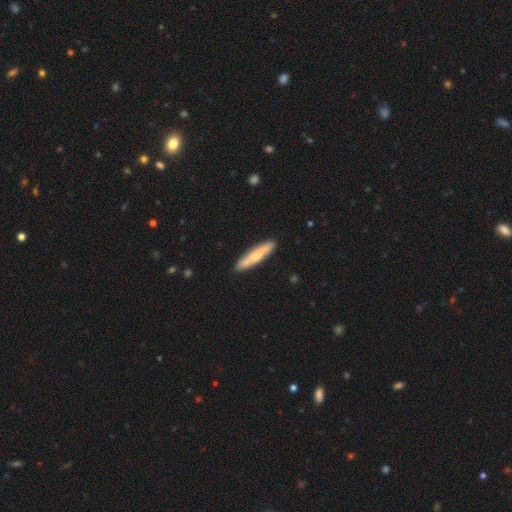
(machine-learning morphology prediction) The model was most divided on "smooth or featured": smooth: 61%, featured or disk: 34%, star or artifact: 5%. More confident: merging — none (87%); how rounded — cigar-shaped (87%).